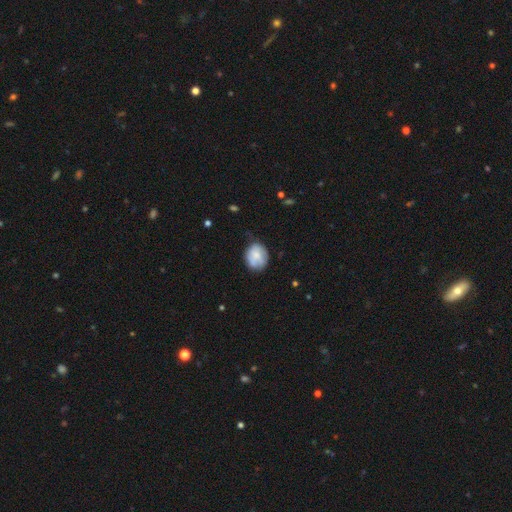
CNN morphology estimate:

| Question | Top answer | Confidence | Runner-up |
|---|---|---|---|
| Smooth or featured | smooth | 67% | featured or disk (25%) |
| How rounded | round | 65% | in between (34%) |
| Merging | none | 60% | minor disturbance (31%) |